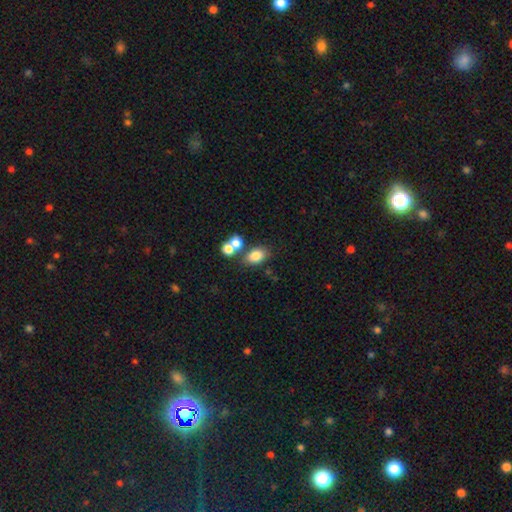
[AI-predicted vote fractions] A smooth galaxy with no disk features (79%) that is in between round and cigar-shaped (75%). Merging: none (56%).